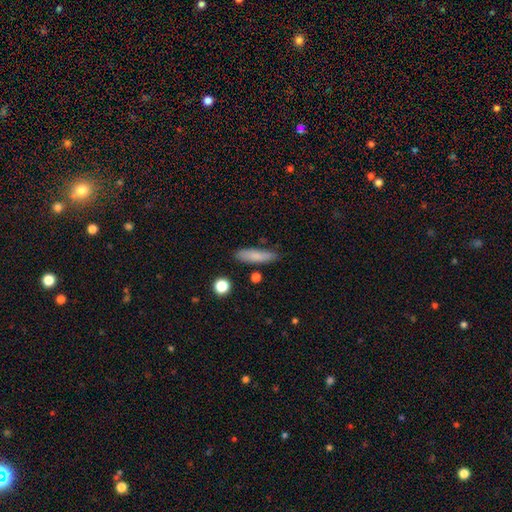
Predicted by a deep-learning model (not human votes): smooth 80%, featured or disk 12%, star or artifact 8%. Down the decision tree: how rounded — cigar-shaped (69%); merging — none (81%).